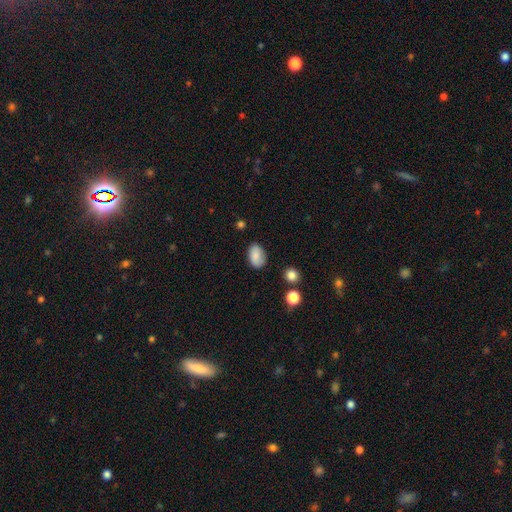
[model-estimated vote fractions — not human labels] Q: Smooth or featured?
A: smooth (83%); runner-up: featured or disk (8%)
Q: How rounded?
A: in between (87%); runner-up: round (12%)
Q: Merging?
A: none (78%); runner-up: minor disturbance (17%)